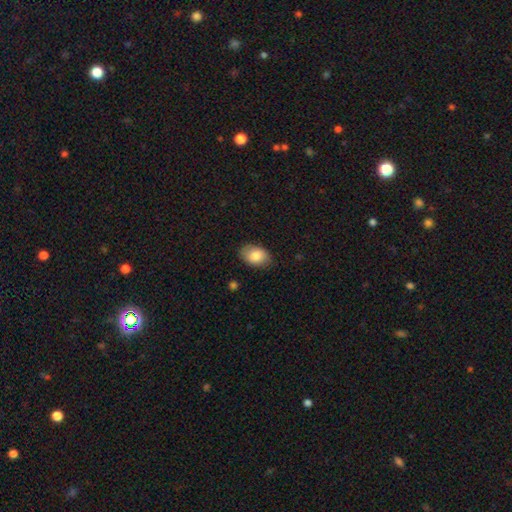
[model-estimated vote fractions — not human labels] This is clearly a smooth galaxy (83%). How rounded: clearly in between (86%). Merging: clearly none (83%).